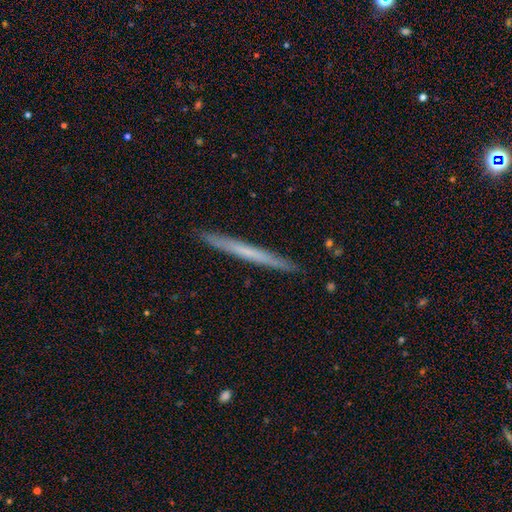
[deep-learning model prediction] Smooth or featured?
  - featured or disk: 49% *
  - smooth: 44%
  - star or artifact: 7%
Merging?
  - none: 92% *
  - minor disturbance: 6%
  - major disturbance: 1%
  - merger: 1%